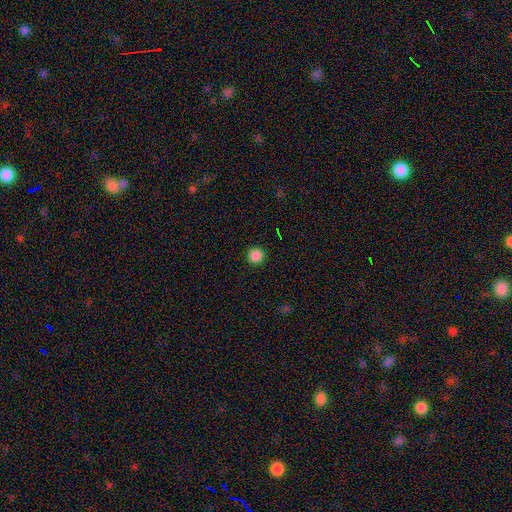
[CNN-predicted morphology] smooth_or_featured: smooth (p=0.87) [alt: star or artifact p=0.11]
how_rounded: round (p=0.96) [alt: in between p=0.03]
merging: none (p=0.93) [alt: minor disturbance p=0.05]